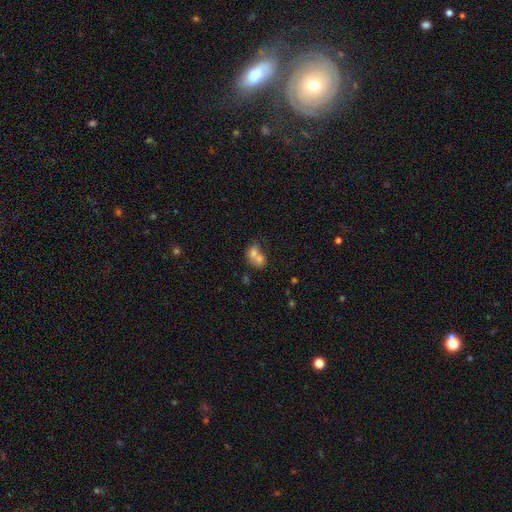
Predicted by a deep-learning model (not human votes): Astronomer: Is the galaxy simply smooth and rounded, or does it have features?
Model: smooth — 69%.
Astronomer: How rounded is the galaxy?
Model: in between — 51% (runner-up: round, 47%).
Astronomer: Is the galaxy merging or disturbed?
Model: merger — 72%.